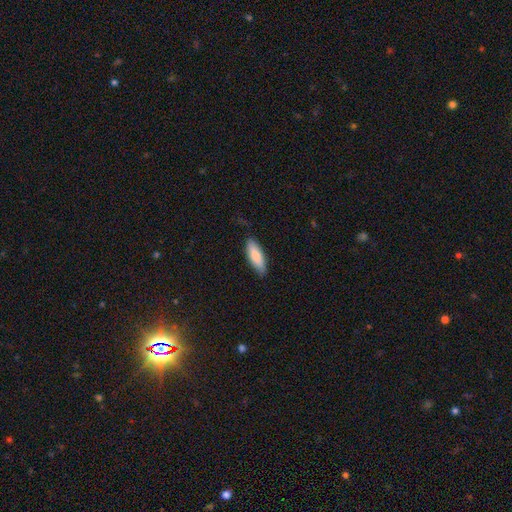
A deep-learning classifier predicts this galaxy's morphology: smooth_or_featured: smooth (p=0.79) [alt: featured or disk p=0.15]
how_rounded: in between (p=0.61) [alt: cigar-shaped p=0.38]
merging: none (p=0.78) [alt: minor disturbance p=0.18]